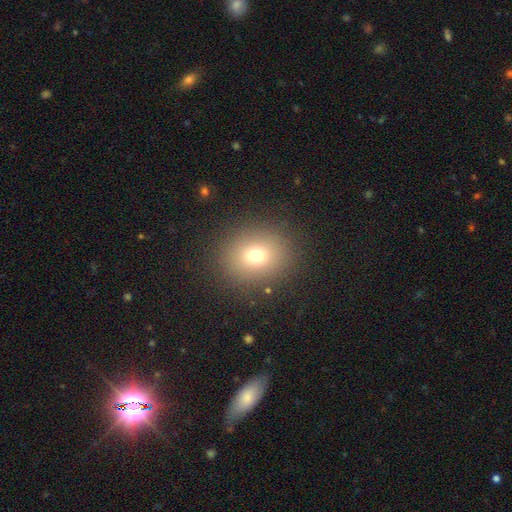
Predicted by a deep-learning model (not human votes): A smooth galaxy with no disk features (73%) that is round (65%).

Vote fractions:
- Smooth or featured? smooth: 73% / star or artifact: 16% / featured or disk: 11%
- How rounded? round: 65% / in between: 34% / cigar-shaped: 1%
- Merging? none: 88% / minor disturbance: 7% / major disturbance: 4% / merger: 1%